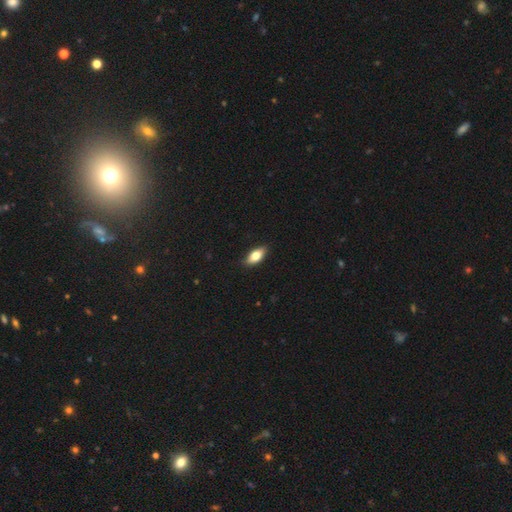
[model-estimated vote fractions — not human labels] This appears to be a smooth galaxy with no disk features (75%) that is in between round and cigar-shaped (85%). Merging: none (86%).